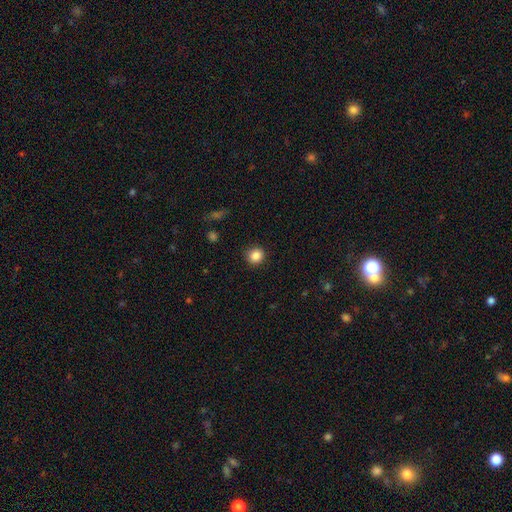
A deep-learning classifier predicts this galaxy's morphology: Smooth or featured? smooth (86%)
How rounded? round (87%)
Merging? none (89%)